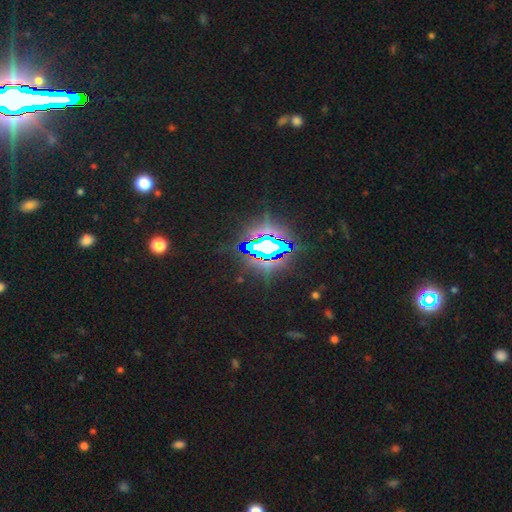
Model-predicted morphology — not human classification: Smooth or featured?
  - star or artifact: 82% *
  - smooth: 9%
  - featured or disk: 9%